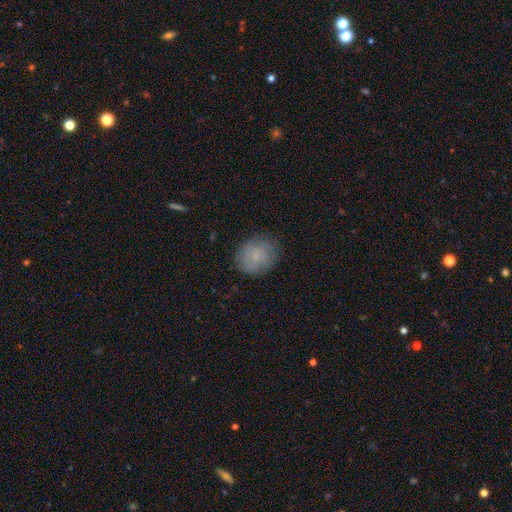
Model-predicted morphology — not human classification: A smooth galaxy with no disk features (69%) that is round (69%). Merging: none (78%).